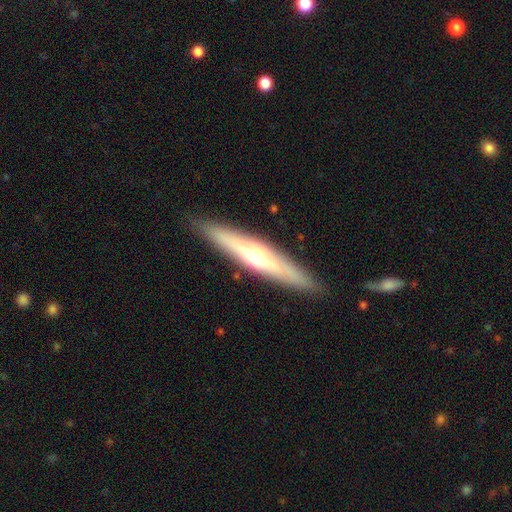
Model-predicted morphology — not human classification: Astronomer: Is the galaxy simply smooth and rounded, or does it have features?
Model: featured or disk — 58% (runner-up: smooth, 36%).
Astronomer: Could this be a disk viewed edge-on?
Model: yes — 90%.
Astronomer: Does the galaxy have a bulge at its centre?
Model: rounded — 82%.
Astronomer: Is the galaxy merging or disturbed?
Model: none — 89%.